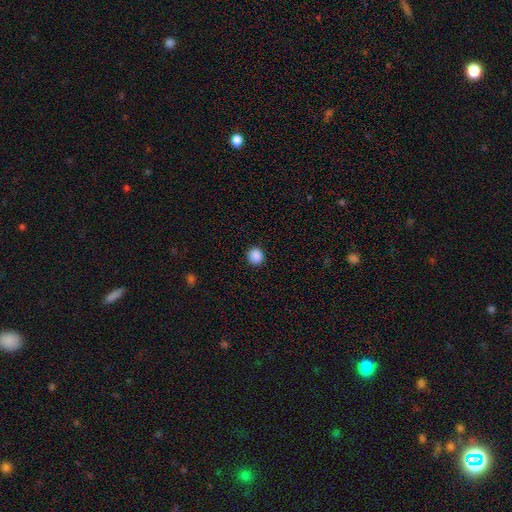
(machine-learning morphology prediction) A smooth galaxy with no disk features (89%) that is round (90%). Merging: none (92%).